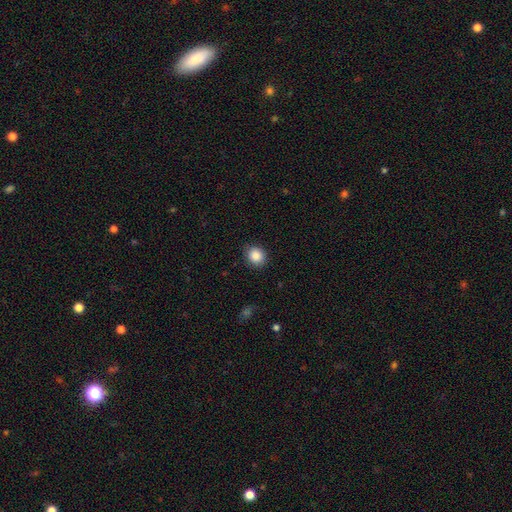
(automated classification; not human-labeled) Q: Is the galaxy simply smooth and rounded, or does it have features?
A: smooth — 87%.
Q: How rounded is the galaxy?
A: round — 73%.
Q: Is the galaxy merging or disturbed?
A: none — 87%.